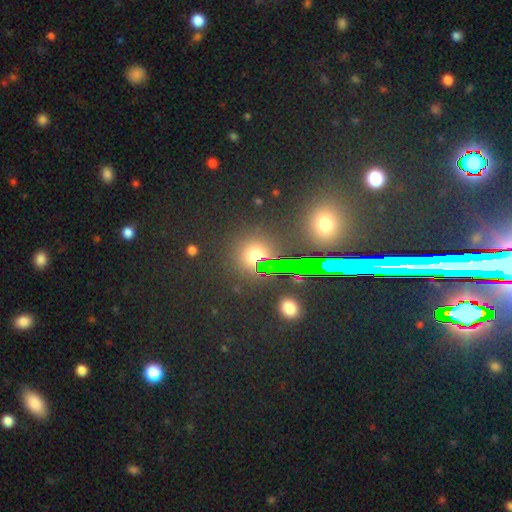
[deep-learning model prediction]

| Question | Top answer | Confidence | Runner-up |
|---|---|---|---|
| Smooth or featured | smooth | 51% | star or artifact (41%) |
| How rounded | round | 83% | in between (15%) |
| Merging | none | 81% | minor disturbance (9%) |